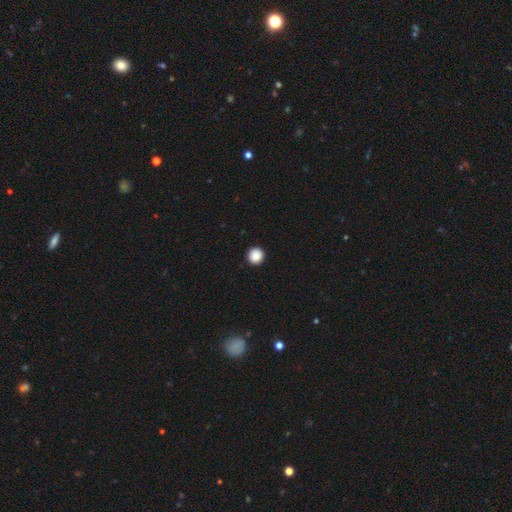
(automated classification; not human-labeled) This appears to be a smooth galaxy with no disk features (89%) that is round (96%). Merging: none (94%).